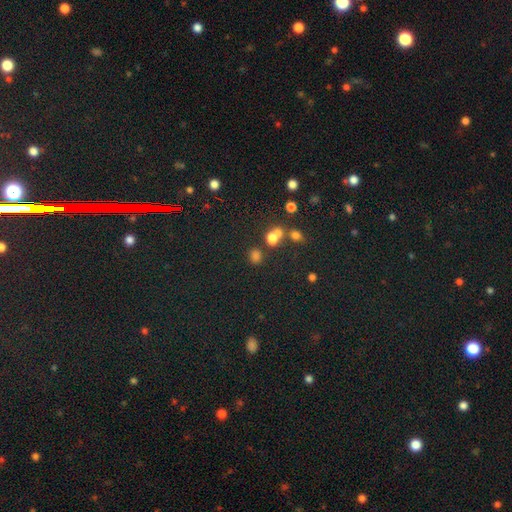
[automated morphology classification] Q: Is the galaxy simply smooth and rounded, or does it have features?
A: smooth — 65%.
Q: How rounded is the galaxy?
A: round — 71%.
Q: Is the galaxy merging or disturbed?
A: none — 59%.